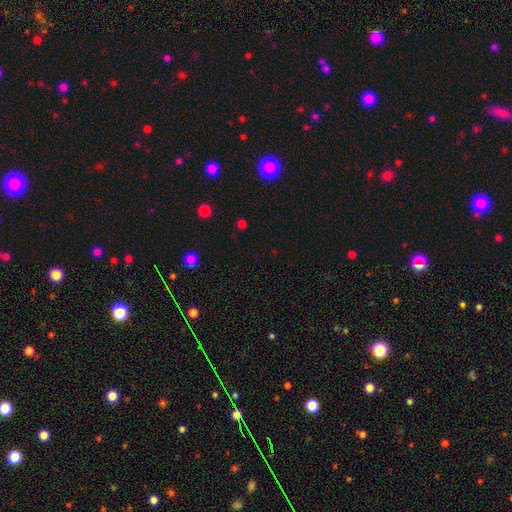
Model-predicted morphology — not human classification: Smooth or featured?
  - star or artifact: 56% *
  - smooth: 37%
  - featured or disk: 7%